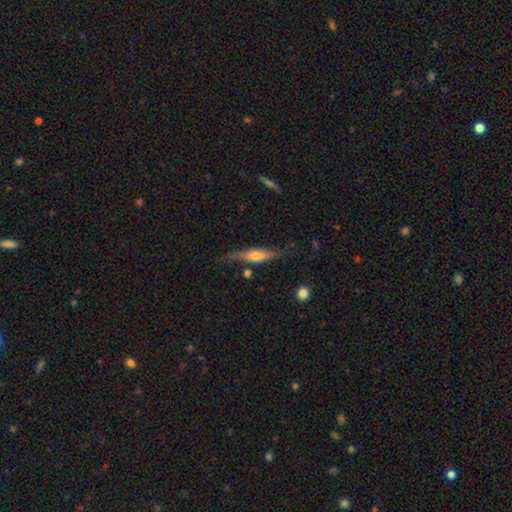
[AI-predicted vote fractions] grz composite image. It shows a featured or disk galaxy (63%) viewed edge-on (86%) with a rounded central bulge (76%). Merging: none (68%).